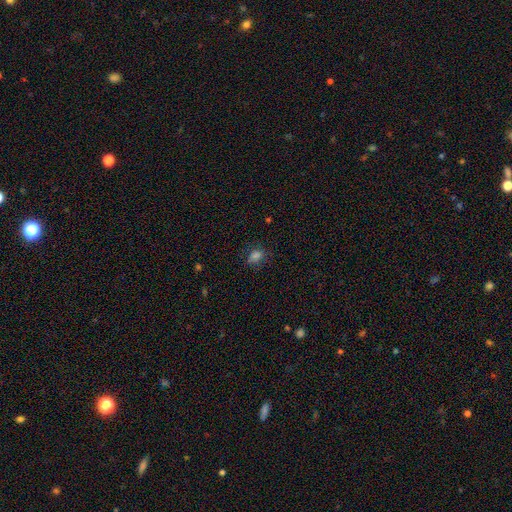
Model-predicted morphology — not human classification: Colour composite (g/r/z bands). It shows a smooth galaxy with no disk features (79%) that is in between round and cigar-shaped (72%). Merging: none (71%).